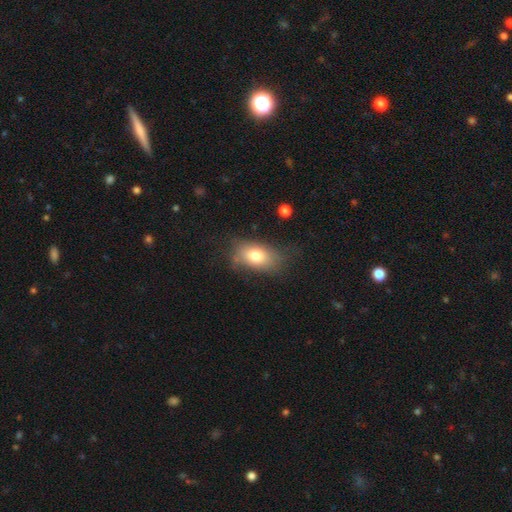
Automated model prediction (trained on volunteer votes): Smooth or featured? smooth (77%)
How rounded? in between (87%)
Merging? none (64%)